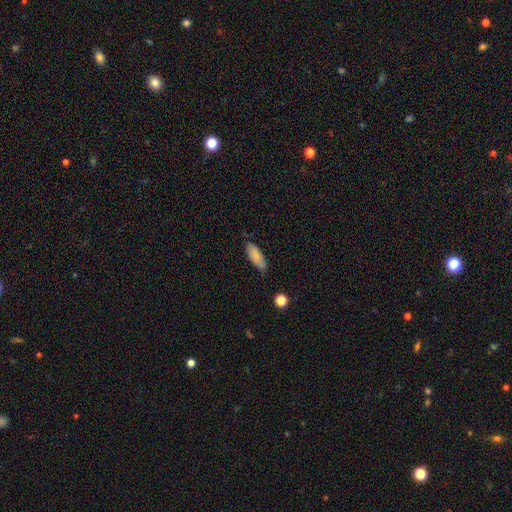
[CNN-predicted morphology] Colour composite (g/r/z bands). It shows a smooth galaxy with no disk features (80%) that is in between round and cigar-shaped (74%). Merging: none (74%).